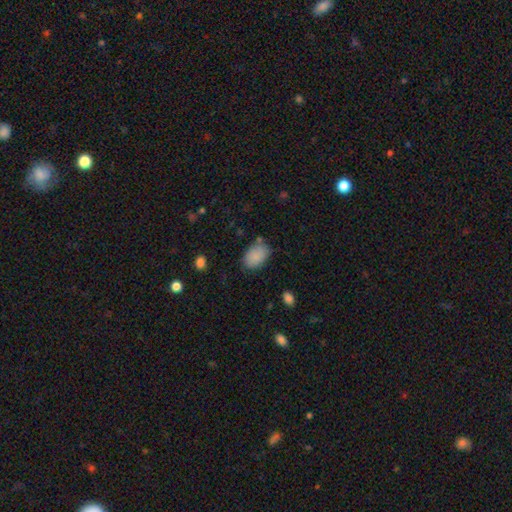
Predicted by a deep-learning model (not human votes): Overall: smooth (88%). How rounded: in between (88%). Merging: none (77%).